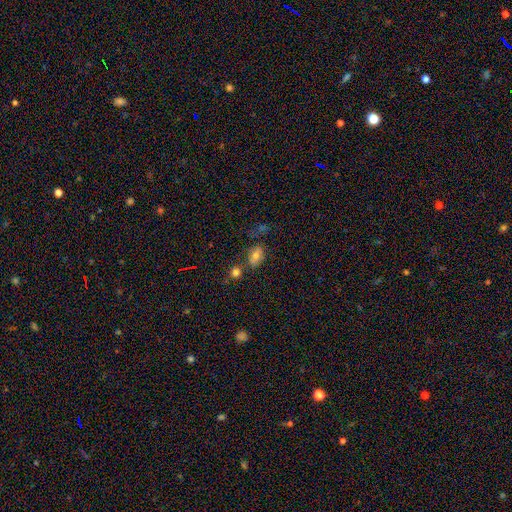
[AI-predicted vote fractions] smooth_or_featured: smooth (p=0.69) [alt: featured or disk p=0.17]
how_rounded: in between (p=0.74) [alt: round p=0.24]
merging: none (p=0.58) [alt: minor disturbance p=0.19]